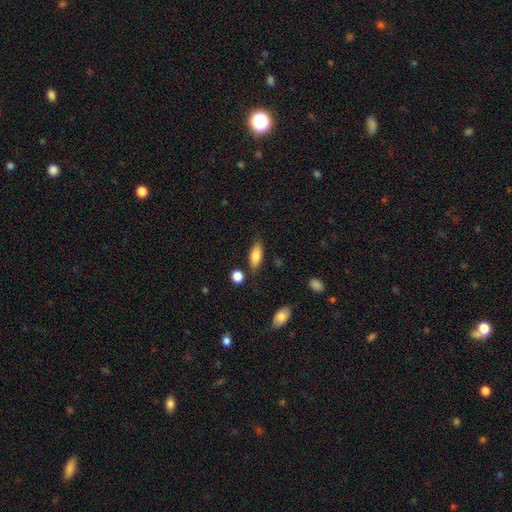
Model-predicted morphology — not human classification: Overall: smooth (81%). How rounded: in between (77%). Merging: none (77%).